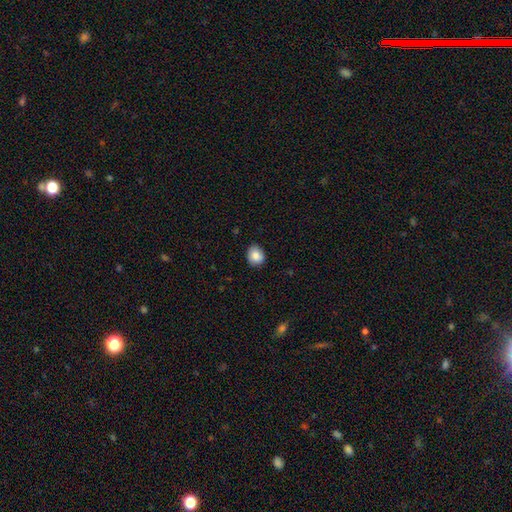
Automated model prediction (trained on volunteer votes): This appears to be a smooth galaxy with no disk features (84%) that is round (60%). Merging: none (82%).